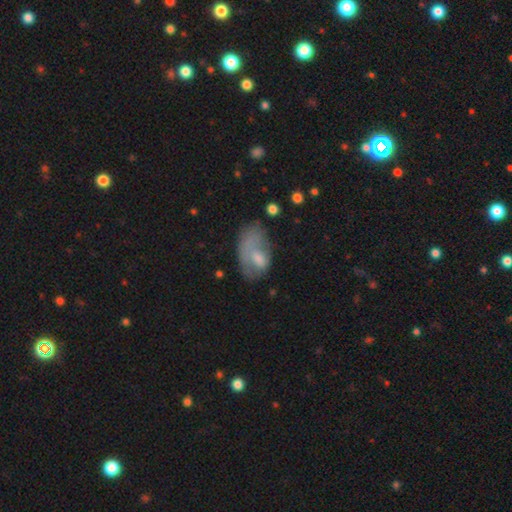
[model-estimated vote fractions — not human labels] smooth 58%, featured or disk 33%, star or artifact 9%. Down the decision tree: how rounded — in between (90%); merging — major disturbance (36%).